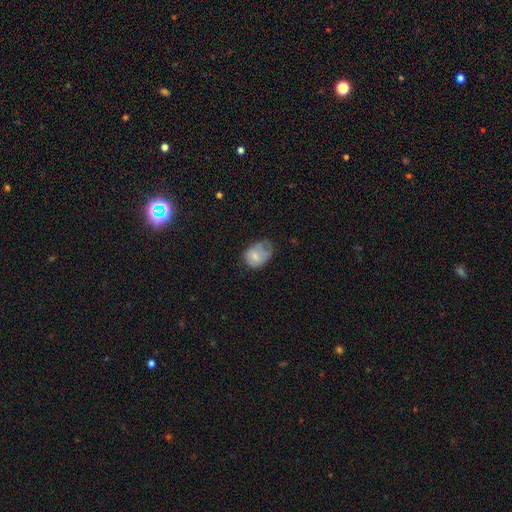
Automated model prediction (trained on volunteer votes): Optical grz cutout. It shows a smooth galaxy with no disk features (64%) that is in between round and cigar-shaped (67%). Merging: minor disturbance (38%).